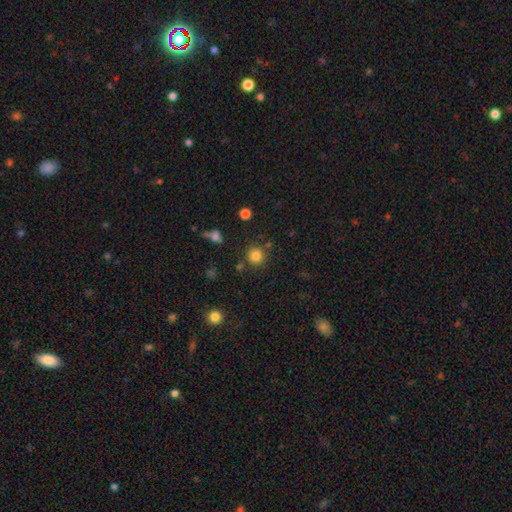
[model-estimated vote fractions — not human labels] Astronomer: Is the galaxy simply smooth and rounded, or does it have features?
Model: smooth — 82%.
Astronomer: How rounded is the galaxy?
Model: round — 93%.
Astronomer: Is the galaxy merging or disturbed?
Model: none — 82%.